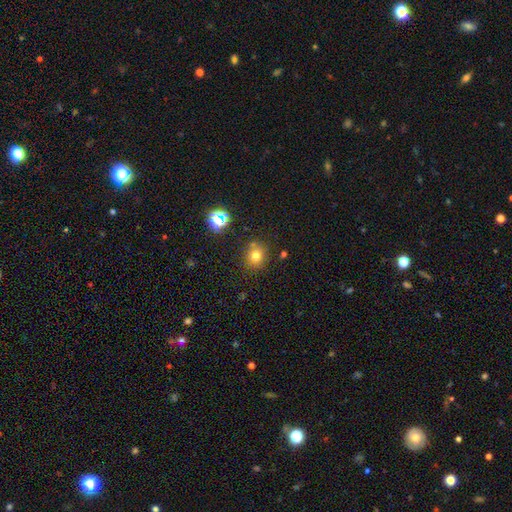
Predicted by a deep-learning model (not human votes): Overall: smooth (72%). How rounded: round (78%). Merging: none (79%).